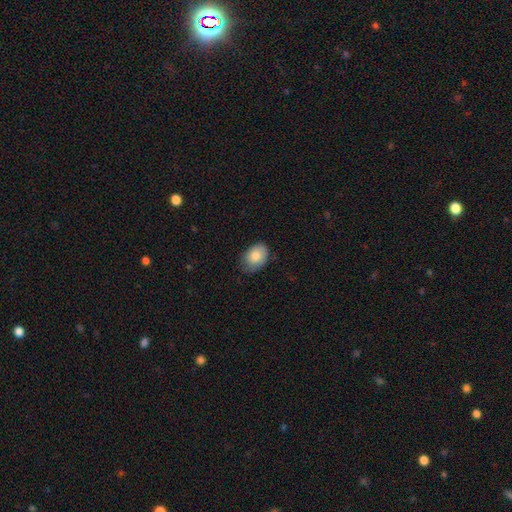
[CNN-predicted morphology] Smooth or featured? Predicted: smooth (p=0.81). How rounded? Predicted: in between (p=0.78). Merging? Predicted: none (p=0.66).